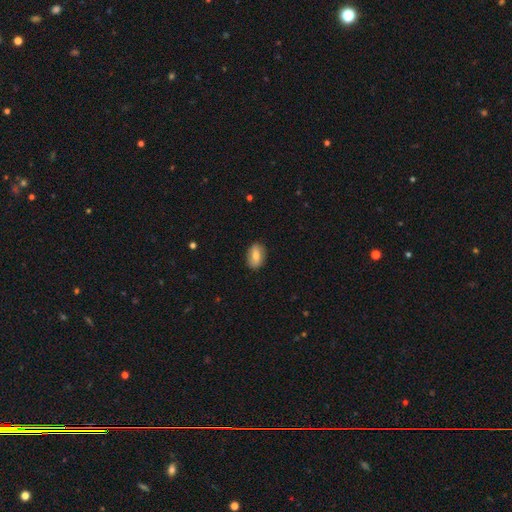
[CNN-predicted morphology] Q: Smooth or featured?
A: smooth (70%); runner-up: featured or disk (23%)
Q: How rounded?
A: in between (89%); runner-up: round (8%)
Q: Merging?
A: none (86%); runner-up: minor disturbance (11%)